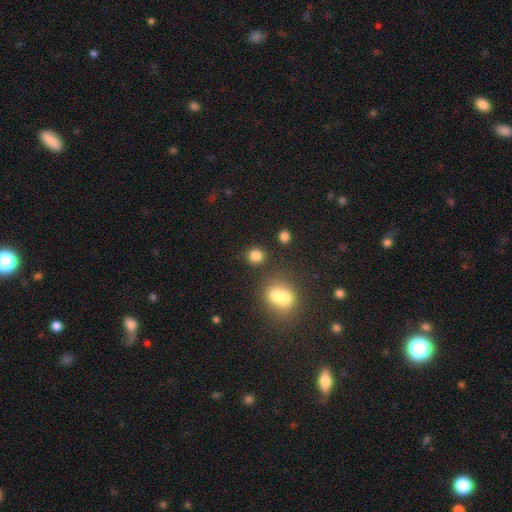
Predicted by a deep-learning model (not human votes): This is clearly a smooth galaxy (82%). How rounded: clearly round (87%). Merging: likely none (80%).